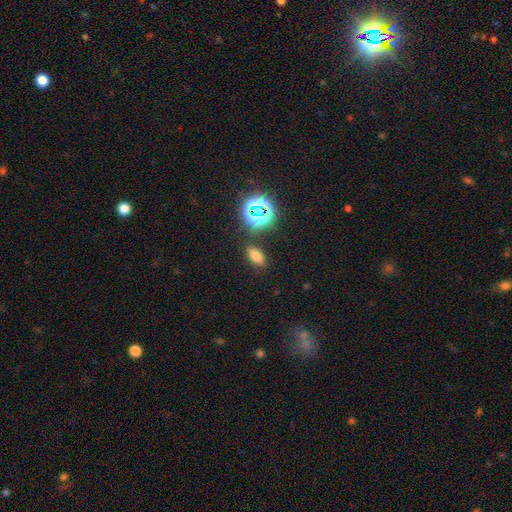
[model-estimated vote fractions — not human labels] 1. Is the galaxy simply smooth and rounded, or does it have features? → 67% smooth, 24% star or artifact, 10% featured or disk.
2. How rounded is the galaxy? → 79% in between, 13% cigar-shaped, 8% round.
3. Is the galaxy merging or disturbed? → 85% none, 9% minor disturbance, 3% major disturbance, 3% merger.